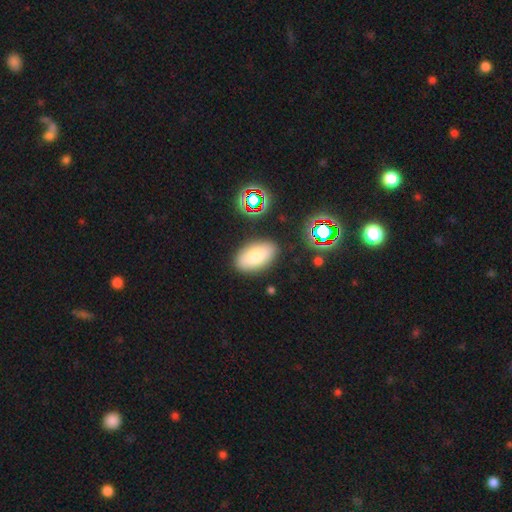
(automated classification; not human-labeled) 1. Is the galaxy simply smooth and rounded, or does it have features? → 75% smooth, 15% featured or disk, 10% star or artifact.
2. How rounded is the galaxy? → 92% in between, 6% round, 2% cigar-shaped.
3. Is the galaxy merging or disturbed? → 84% none, 10% minor disturbance, 3% major disturbance, 3% merger.